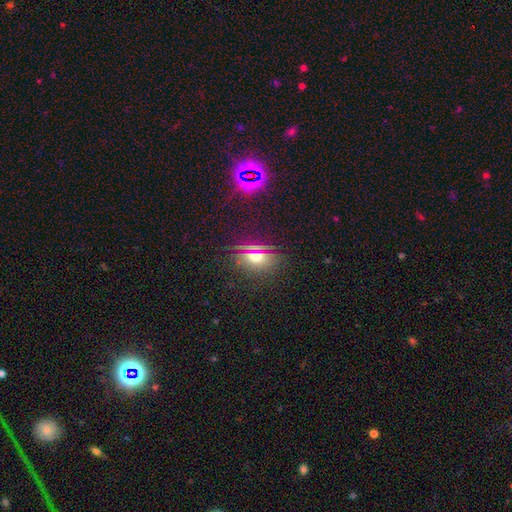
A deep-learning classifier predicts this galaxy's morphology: Smooth or featured? smooth (59%)
How rounded? in between (61%)
Merging? none (81%)